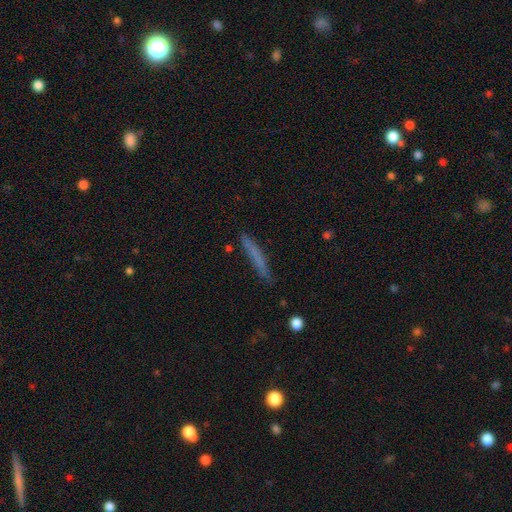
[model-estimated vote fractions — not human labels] This is likely a smooth galaxy (63%). How rounded: clearly cigar-shaped (95%). Merging: clearly none (81%).